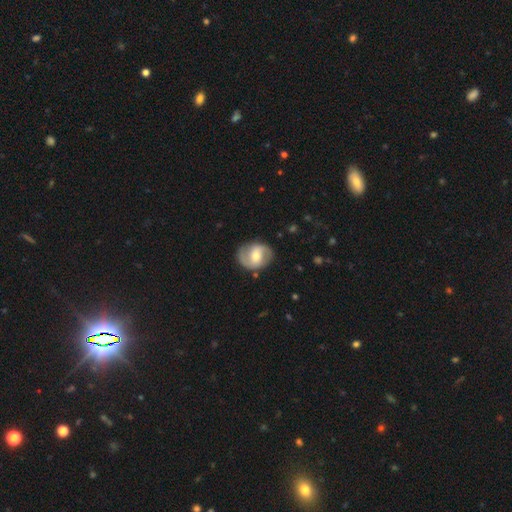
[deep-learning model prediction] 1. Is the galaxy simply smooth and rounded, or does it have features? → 71% featured or disk, 23% smooth, 5% star or artifact.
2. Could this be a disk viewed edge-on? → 97% no, 3% yes.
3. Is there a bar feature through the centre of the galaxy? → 46% weak, 31% no, 23% strong.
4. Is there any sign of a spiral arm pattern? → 87% yes, 13% no.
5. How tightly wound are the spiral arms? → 47% medium, 28% loose, 24% tight.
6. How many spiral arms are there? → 89% 2, 6% can't tell, 2% 1, 1% 3, 1% 4, 1% more than 4.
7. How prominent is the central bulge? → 64% moderate, 28% small, 6% large, 1% none, 1% dominant.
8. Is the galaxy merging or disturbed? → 82% none, 13% minor disturbance, 4% major disturbance, 1% merger.